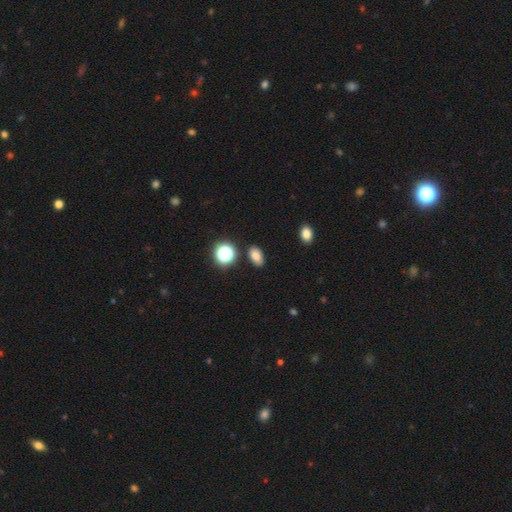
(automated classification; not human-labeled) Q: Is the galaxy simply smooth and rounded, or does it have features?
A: smooth — 79%.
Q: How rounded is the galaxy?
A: in between — 86%.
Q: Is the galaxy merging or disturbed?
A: none — 85%.